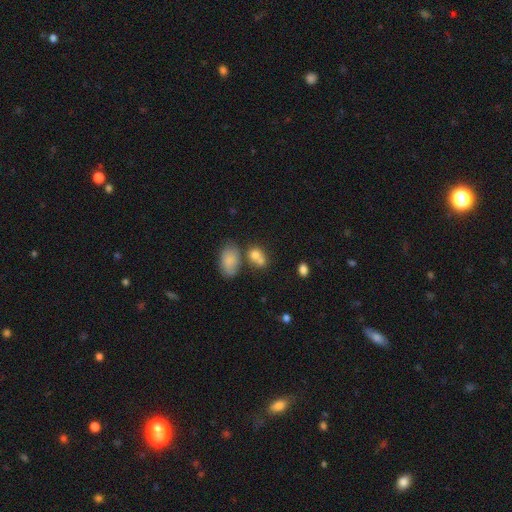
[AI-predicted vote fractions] smooth 76%, star or artifact 12%, featured or disk 12%. Down the decision tree: how rounded — in between (54%); merging — merger (46%).